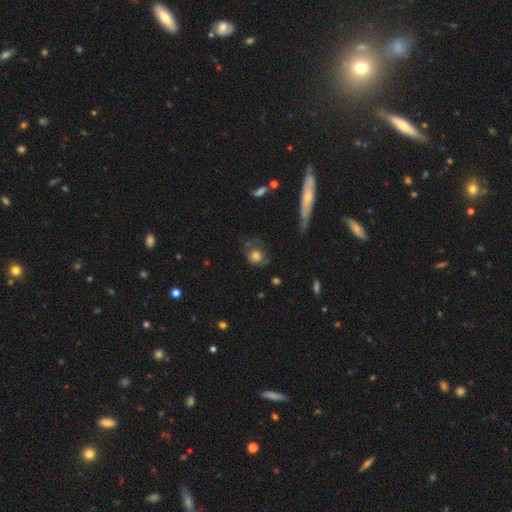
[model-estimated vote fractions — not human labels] A smooth galaxy with no disk features (66%) that is round (71%).

Vote fractions:
- Smooth or featured? smooth: 66% / featured or disk: 24% / star or artifact: 10%
- How rounded? round: 71% / in between: 27% / cigar-shaped: 2%
- Merging? none: 47% / minor disturbance: 27% / major disturbance: 23% / merger: 4%